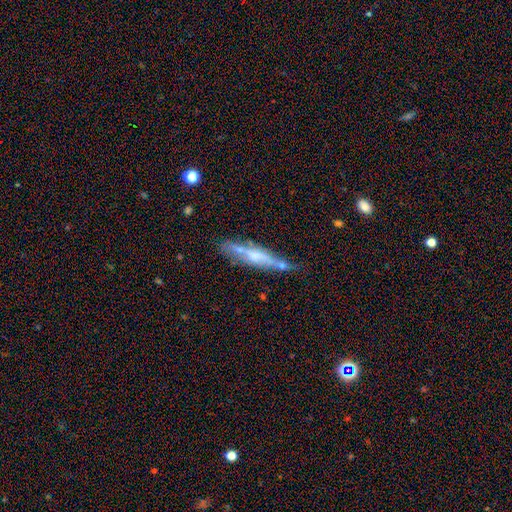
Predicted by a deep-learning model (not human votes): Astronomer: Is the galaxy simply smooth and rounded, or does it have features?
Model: featured or disk — 59%.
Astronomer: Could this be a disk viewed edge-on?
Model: yes — 84%.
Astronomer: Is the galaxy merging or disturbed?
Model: none — 55%.